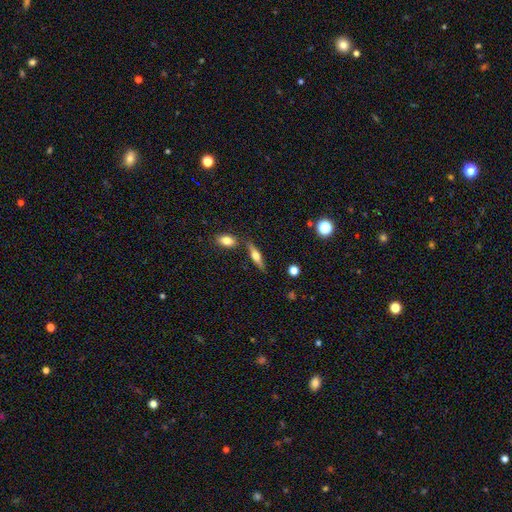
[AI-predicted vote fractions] featured or disk 55%, smooth 38%, star or artifact 7%. Down the decision tree: edge-on disk — yes (94%); edge-on bulge — rounded (90%); merging — none (78%).